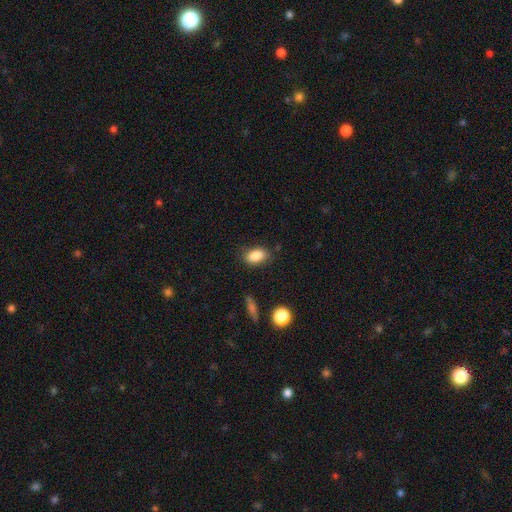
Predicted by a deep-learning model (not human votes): Q: Smooth or featured?
A: smooth (86%); runner-up: star or artifact (8%)
Q: How rounded?
A: in between (88%); runner-up: round (9%)
Q: Merging?
A: none (80%); runner-up: minor disturbance (15%)